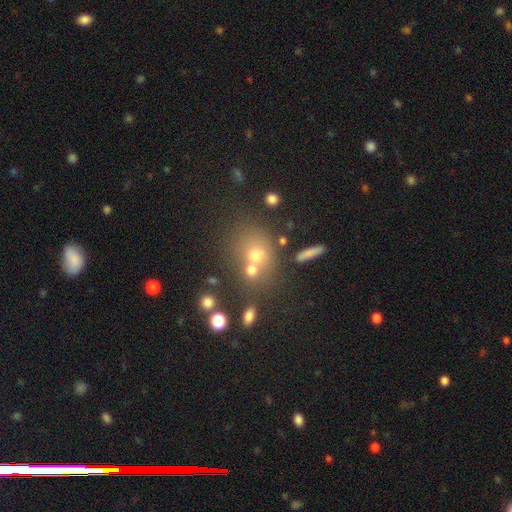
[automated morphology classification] Smooth or featured?
  - smooth: 60% *
  - featured or disk: 20%
  - star or artifact: 20%
How rounded?
  - round: 60% *
  - in between: 39%
  - cigar-shaped: 2%
Merging?
  - merger: 42% *
  - none: 41%
  - minor disturbance: 11%
  - major disturbance: 7%